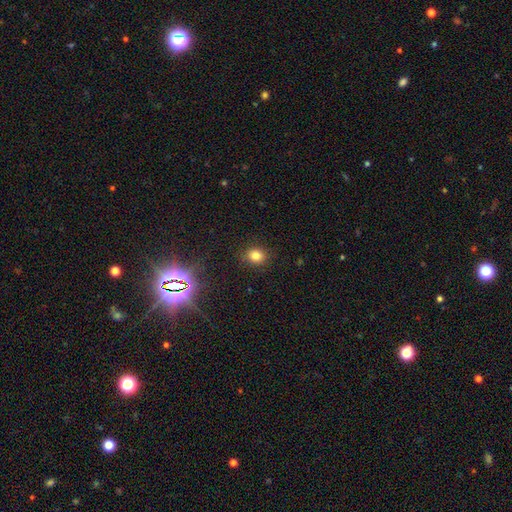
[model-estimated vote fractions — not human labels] Smooth or featured?
  - smooth: 80% *
  - star or artifact: 14%
  - featured or disk: 6%
How rounded?
  - round: 71% *
  - in between: 28%
  - cigar-shaped: 1%
Merging?
  - none: 87% *
  - minor disturbance: 9%
  - major disturbance: 3%
  - merger: 1%